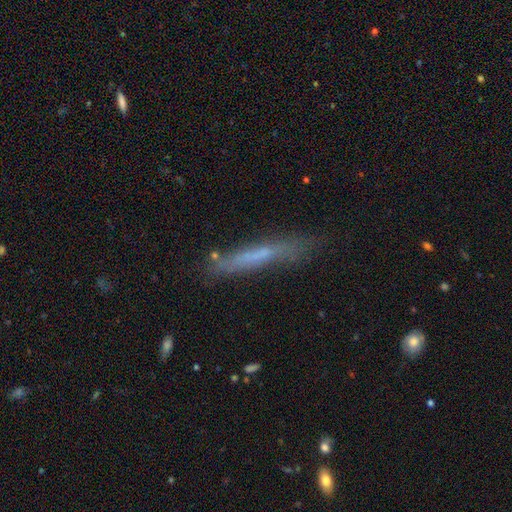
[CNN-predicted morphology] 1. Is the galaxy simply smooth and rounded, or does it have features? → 53% smooth, 38% featured or disk, 9% star or artifact.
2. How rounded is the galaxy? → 94% cigar-shaped, 5% in between, 1% round.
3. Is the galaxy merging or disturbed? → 73% none, 19% minor disturbance, 5% major disturbance, 3% merger.